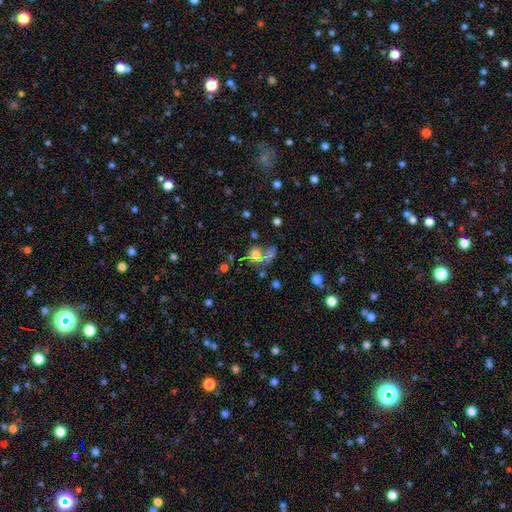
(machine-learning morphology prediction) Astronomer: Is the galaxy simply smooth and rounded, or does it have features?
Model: smooth — 68%.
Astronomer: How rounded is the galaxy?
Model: round — 66%.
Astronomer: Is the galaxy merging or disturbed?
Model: none — 37% (runner-up: merger, 36%).